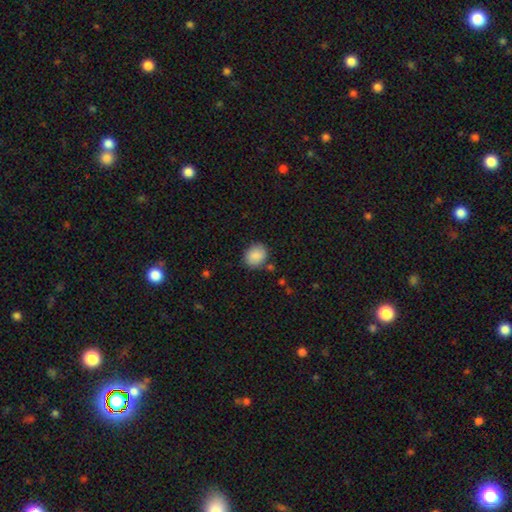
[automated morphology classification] Q: Smooth or featured?
A: smooth (88%); runner-up: star or artifact (7%)
Q: How rounded?
A: round (62%); runner-up: in between (37%)
Q: Merging?
A: none (80%); runner-up: minor disturbance (13%)